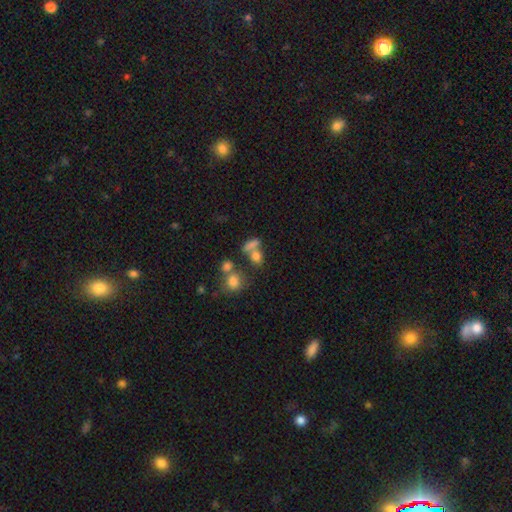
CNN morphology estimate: This appears to be a smooth galaxy with no disk features (73%) that is in between round and cigar-shaped (50%). Merging: merger (41%).